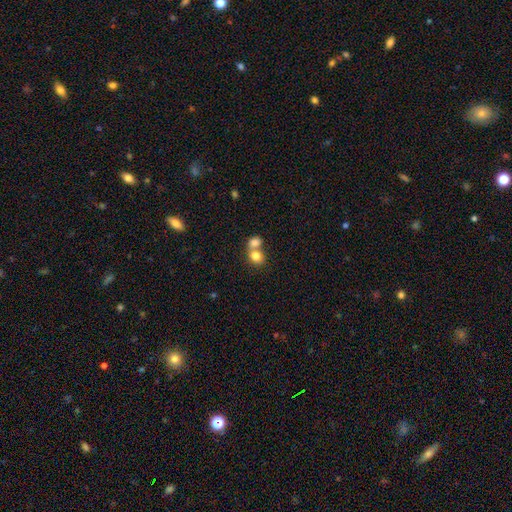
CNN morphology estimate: smooth 79%, featured or disk 11%, star or artifact 10%. Down the decision tree: how rounded — round (63%); merging — merger (60%).